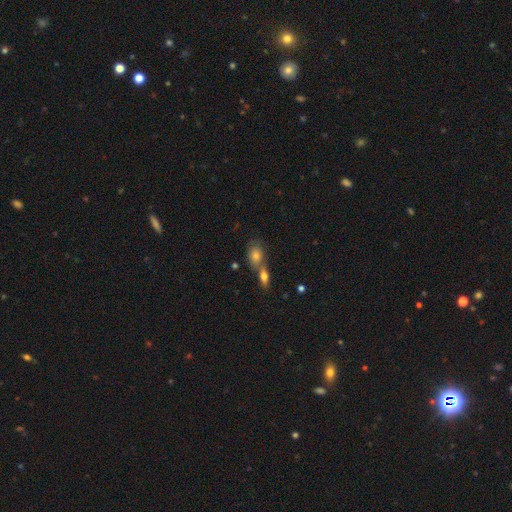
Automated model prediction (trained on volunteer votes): This is likely a smooth galaxy (71%). How rounded: likely in between (68%). Merging: possibly merger (48%).